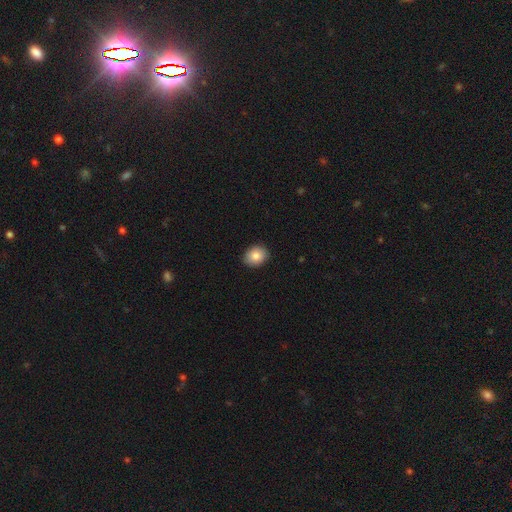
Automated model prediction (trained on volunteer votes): Morphology: type=smooth (85%); roundness=in between (53%); merging=none (89%).